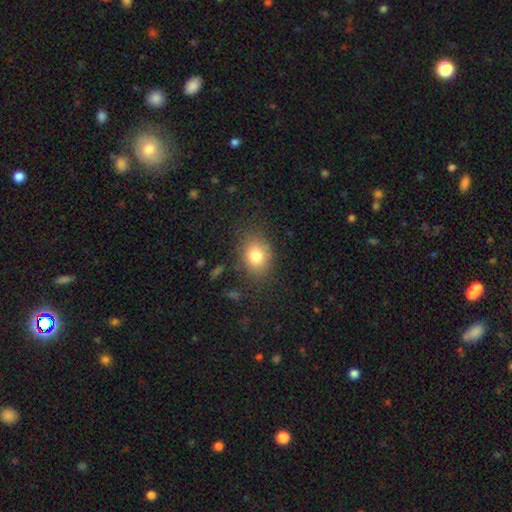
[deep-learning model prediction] Smooth or featured: smooth — 79% (featured or disk — 10%)
How rounded: in between — 53% (round — 46%)
Merging: none — 78% (minor disturbance — 15%)